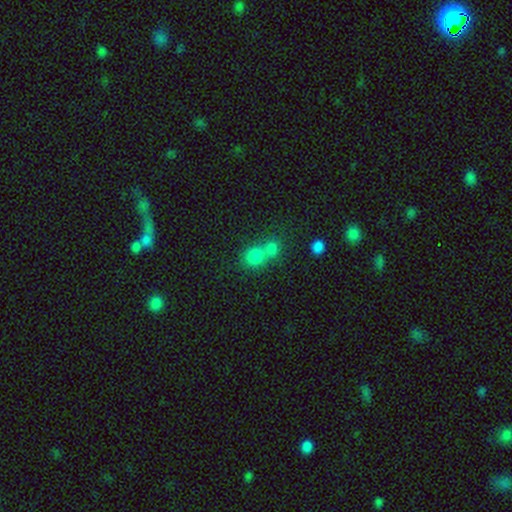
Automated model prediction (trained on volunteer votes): Smooth or featured: smooth — 77% (star or artifact — 14%)
How rounded: round — 69% (in between — 30%)
Merging: merger — 56% (none — 33%)